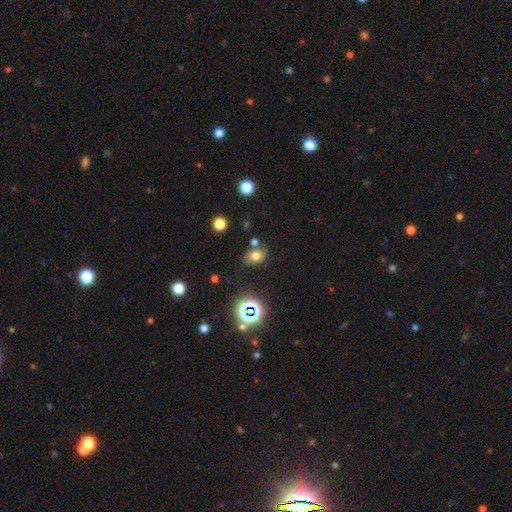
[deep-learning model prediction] A smooth galaxy with no disk features (70%) that is in between round and cigar-shaped (69%).

Vote fractions:
- Smooth or featured? smooth: 70% / star or artifact: 19% / featured or disk: 11%
- How rounded? in between: 69% / round: 30% / cigar-shaped: 1%
- Merging? none: 67% / minor disturbance: 15% / merger: 13% / major disturbance: 5%